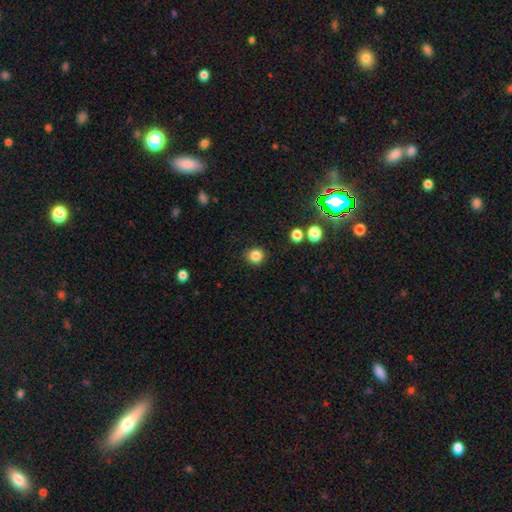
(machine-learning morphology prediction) Q: Smooth or featured?
A: smooth (84%); runner-up: star or artifact (12%)
Q: How rounded?
A: round (88%); runner-up: in between (11%)
Q: Merging?
A: none (89%); runner-up: minor disturbance (7%)